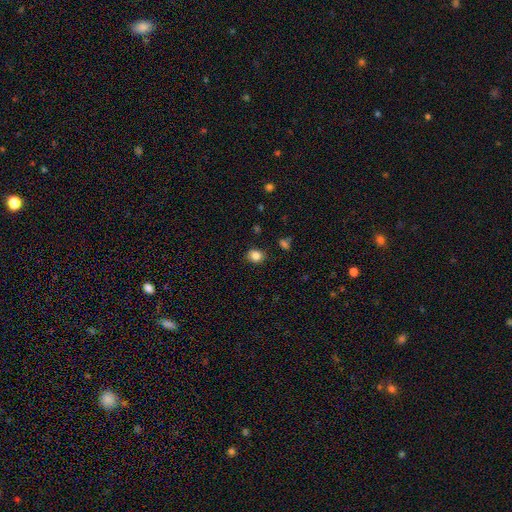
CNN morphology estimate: smooth-or-featured: smooth: 84% | star or artifact: 11% | featured or disk: 5%
  how-rounded: round: 64% | in between: 35% | cigar-shaped: 1%
  merging: none: 84% | minor disturbance: 12% | major disturbance: 3% | merger: 2%